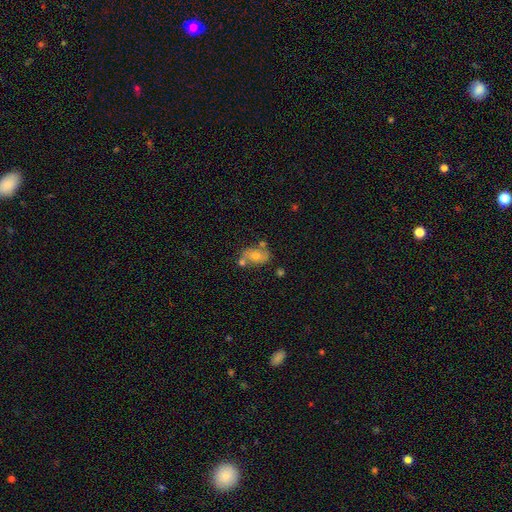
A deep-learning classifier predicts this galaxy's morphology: Q: Smooth or featured?
A: smooth (49%); runner-up: featured or disk (40%)
Q: Merging?
A: none (55%); runner-up: merger (20%)